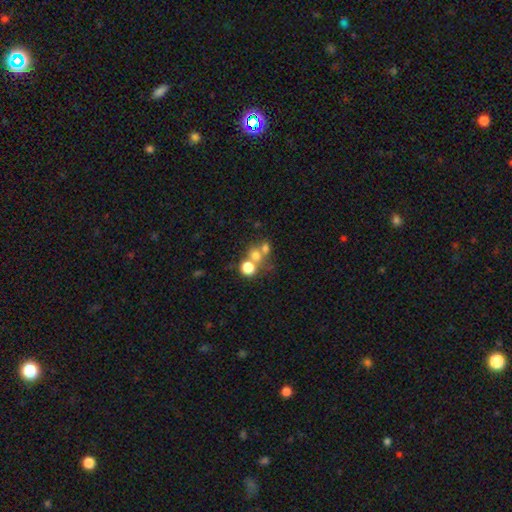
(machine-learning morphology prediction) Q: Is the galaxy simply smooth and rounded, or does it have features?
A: smooth — 66%.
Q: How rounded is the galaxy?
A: round — 76%.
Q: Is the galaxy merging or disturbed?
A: merger — 48%.